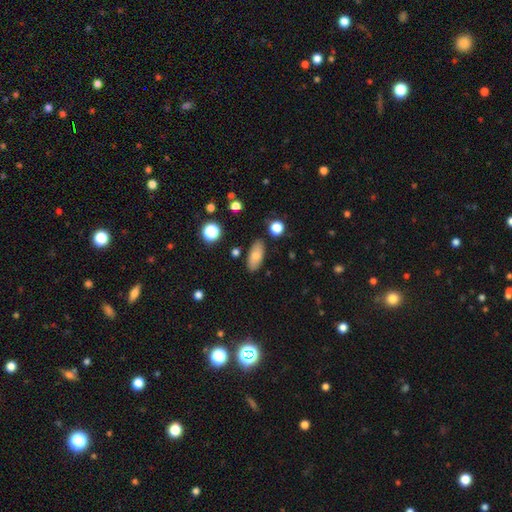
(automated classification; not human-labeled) A smooth galaxy with no disk features (78%) that is in between round and cigar-shaped (87%).

Vote fractions:
- Smooth or featured? smooth: 78% / featured or disk: 13% / star or artifact: 8%
- How rounded? in between: 87% / cigar-shaped: 9% / round: 4%
- Merging? none: 86% / minor disturbance: 10% / major disturbance: 2% / merger: 2%